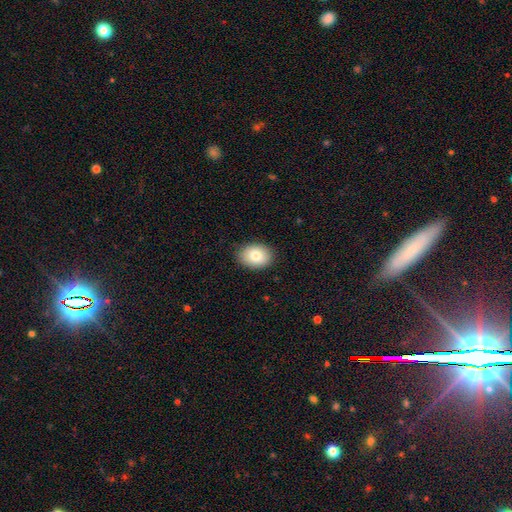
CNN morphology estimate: This appears to be a smooth galaxy with no disk features (83%) that is in between round and cigar-shaped (68%). Merging: none (88%).